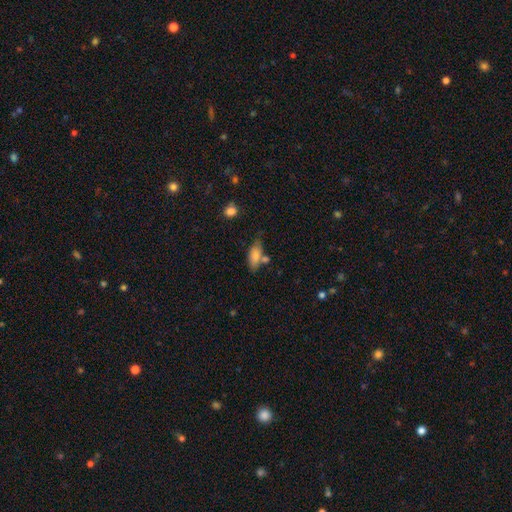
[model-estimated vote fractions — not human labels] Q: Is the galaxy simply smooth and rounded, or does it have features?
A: smooth — 81%.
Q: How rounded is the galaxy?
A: in between — 80%.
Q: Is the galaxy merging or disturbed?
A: none — 58%.